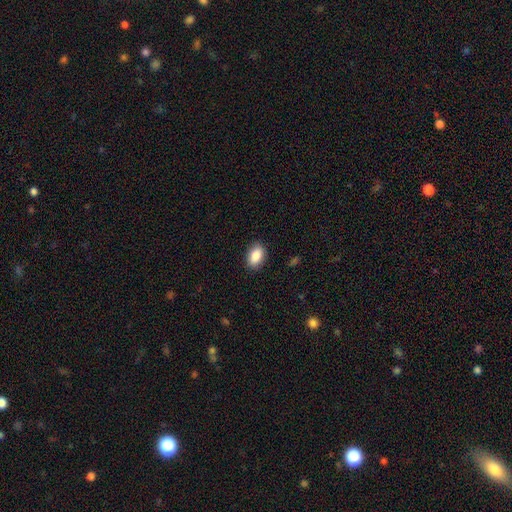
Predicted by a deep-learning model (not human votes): This appears to be a smooth galaxy with no disk features (89%) that is in between round and cigar-shaped (90%). Merging: none (88%).